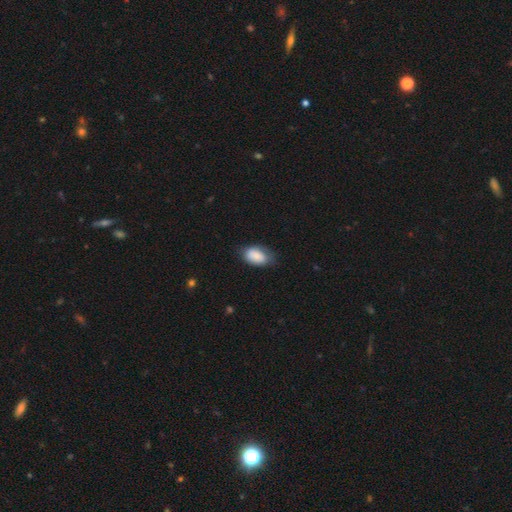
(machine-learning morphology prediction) smooth 85%, featured or disk 8%, star or artifact 7%. Down the decision tree: how rounded — in between (91%); merging — none (63%).